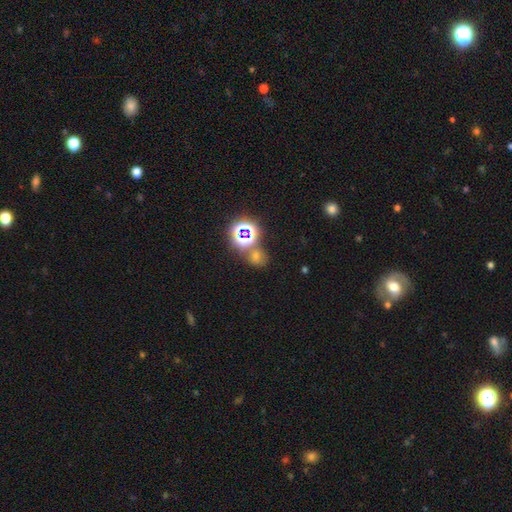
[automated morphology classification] smooth_or_featured: star or artifact (p=0.55) [alt: smooth p=0.37]